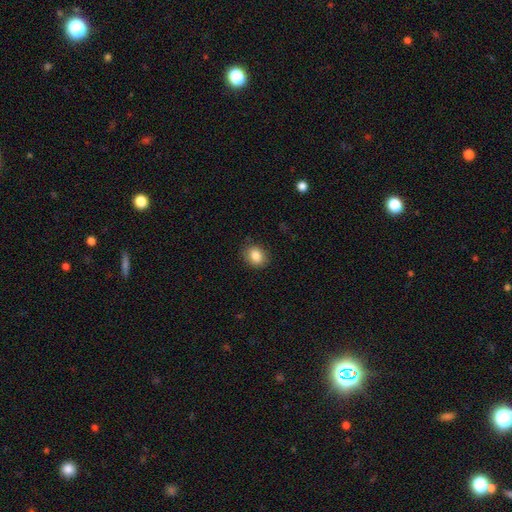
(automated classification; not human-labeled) A smooth galaxy with no disk features (85%) that is in between round and cigar-shaped (52%). Merging: none (85%).